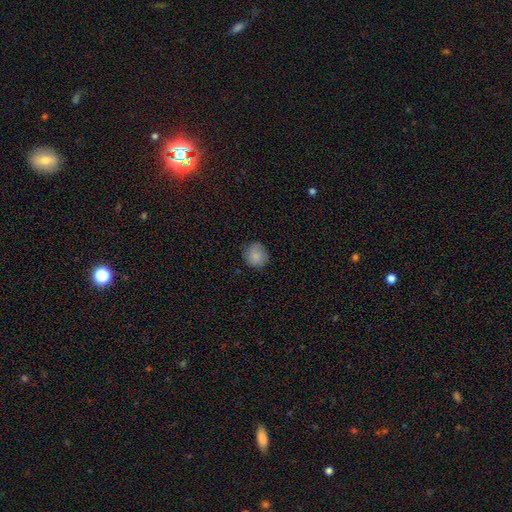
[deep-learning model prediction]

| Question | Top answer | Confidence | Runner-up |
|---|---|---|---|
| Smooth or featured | smooth | 87% | star or artifact (8%) |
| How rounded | round | 89% | in between (10%) |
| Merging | none | 84% | minor disturbance (13%) |